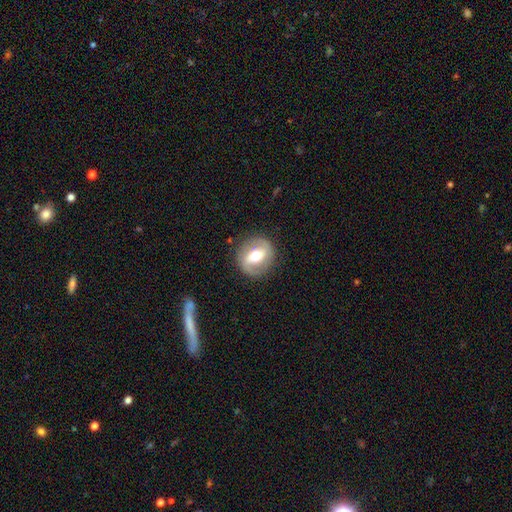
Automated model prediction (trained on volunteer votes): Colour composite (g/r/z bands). It shows a featured or disk galaxy (65%) with a strong bar (44%), spiral arms (61%) and a moderate central bulge (74%). Merging: none (86%).